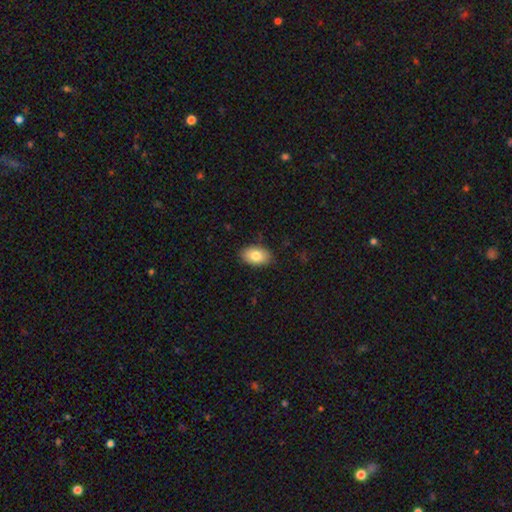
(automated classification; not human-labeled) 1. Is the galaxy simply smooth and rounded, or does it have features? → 83% smooth, 10% featured or disk, 7% star or artifact.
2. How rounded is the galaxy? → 91% in between, 8% round, 1% cigar-shaped.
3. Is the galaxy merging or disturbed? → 87% none, 10% minor disturbance, 2% major disturbance, 1% merger.